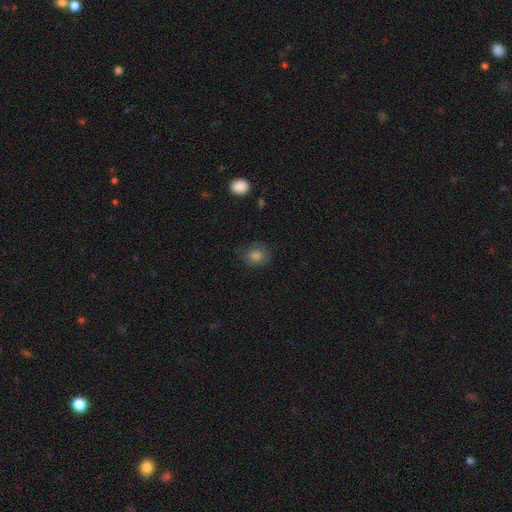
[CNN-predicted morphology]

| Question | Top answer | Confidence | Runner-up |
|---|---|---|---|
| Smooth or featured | smooth | 79% | star or artifact (13%) |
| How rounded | round | 73% | in between (26%) |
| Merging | none | 75% | minor disturbance (19%) |